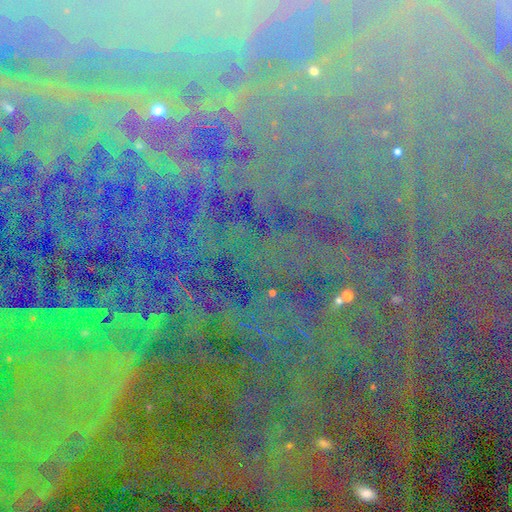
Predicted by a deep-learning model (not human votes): Q: Smooth or featured?
A: star or artifact (85%); runner-up: featured or disk (8%)